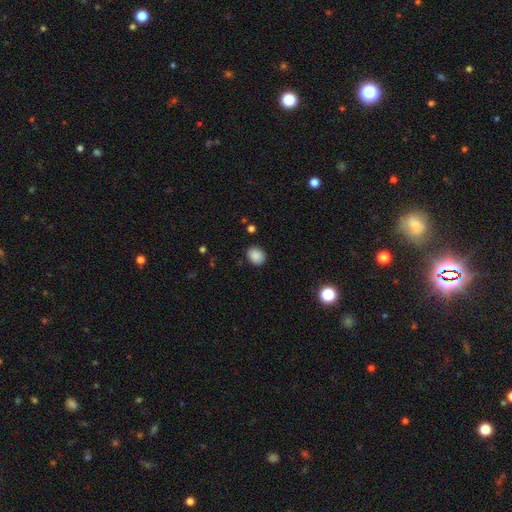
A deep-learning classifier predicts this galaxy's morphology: Overall: smooth (88%). How rounded: round (54%; in between 45%). Merging: none (86%).